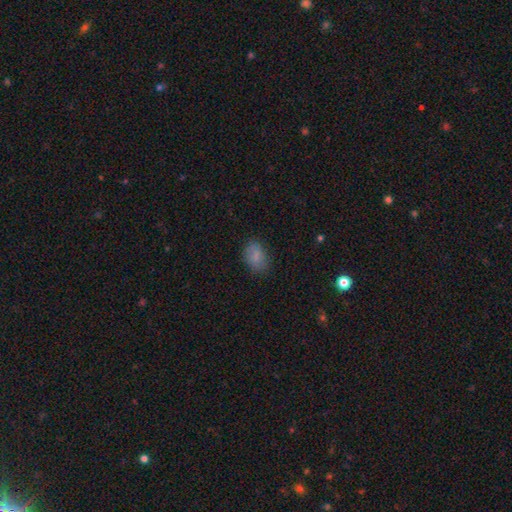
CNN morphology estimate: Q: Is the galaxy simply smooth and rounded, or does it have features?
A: smooth — 84%.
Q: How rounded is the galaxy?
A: in between — 80%.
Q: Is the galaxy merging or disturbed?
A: none — 79%.